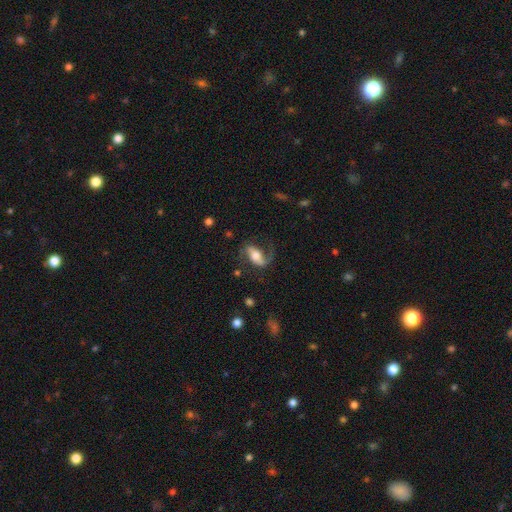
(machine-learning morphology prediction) Overall: featured or disk (75%). Edge-on disk: no (93%). Bar: strong (40%; weak 33%). Spiral arms: yes (93%). Spiral arm count: 2 (80%). Spiral winding: loose (56%; medium 35%). Bulge size: moderate (55%; large 23%). Merging: none (63%).